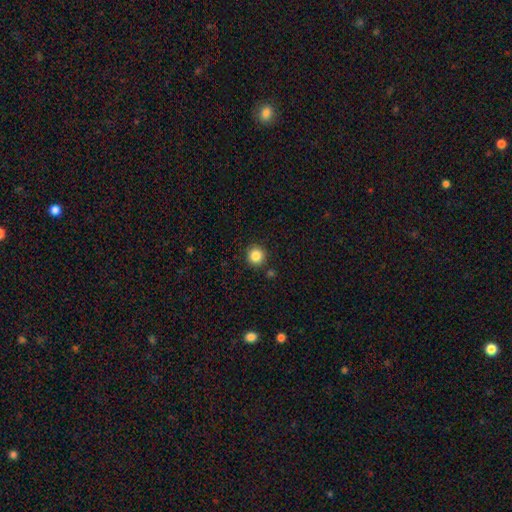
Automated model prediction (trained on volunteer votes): Smooth or featured? Predicted: smooth (p=0.86). How rounded? Predicted: round (p=0.94). Merging? Predicted: none (p=0.88).